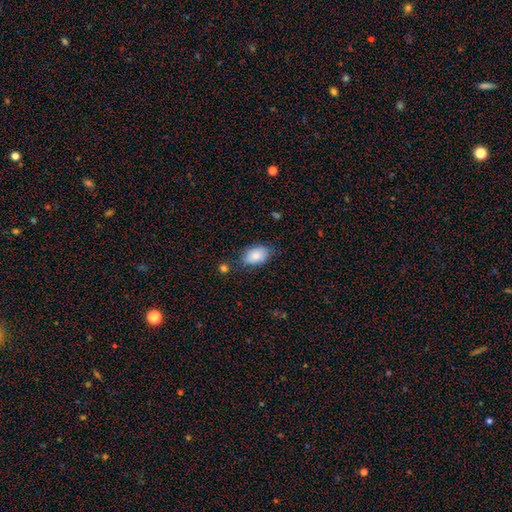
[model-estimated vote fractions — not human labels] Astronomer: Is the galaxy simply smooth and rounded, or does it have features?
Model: smooth — 82%.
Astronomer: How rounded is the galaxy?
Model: in between — 90%.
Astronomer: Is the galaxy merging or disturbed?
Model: none — 72%.